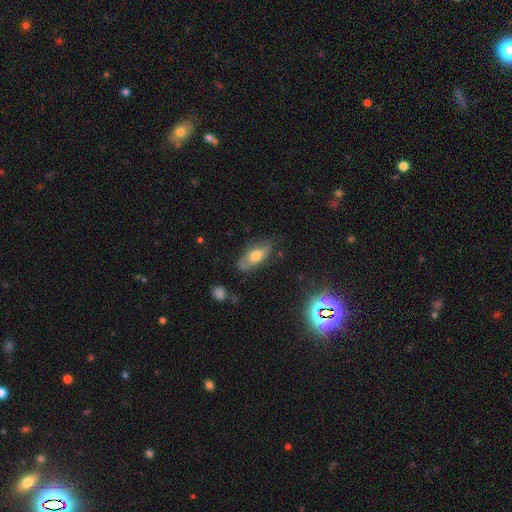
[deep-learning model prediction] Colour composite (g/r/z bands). It shows a smooth galaxy with no disk features (61%) that is in between round and cigar-shaped (81%). Merging: none (64%).